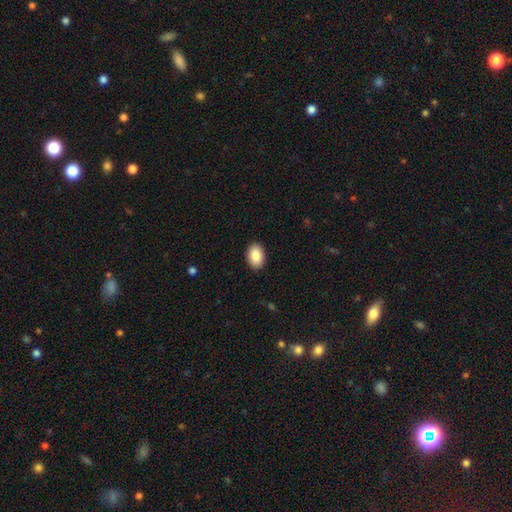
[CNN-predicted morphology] Smooth or featured: smooth — 88% (star or artifact — 7%)
How rounded: in between — 88% (round — 11%)
Merging: none — 90% (minor disturbance — 7%)